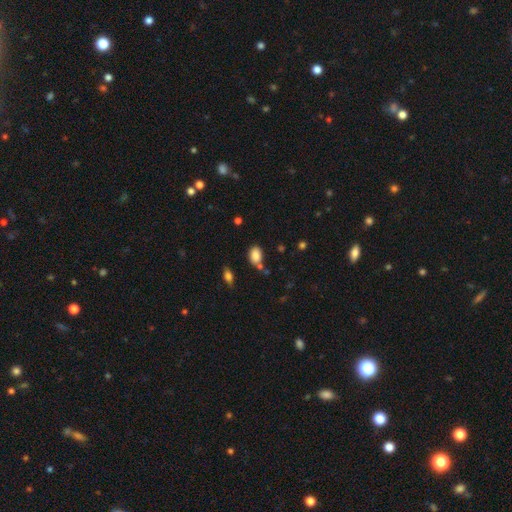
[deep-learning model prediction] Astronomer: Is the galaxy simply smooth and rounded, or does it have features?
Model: smooth — 84%.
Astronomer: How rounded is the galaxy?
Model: in between — 79%.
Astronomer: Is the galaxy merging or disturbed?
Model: none — 64%.